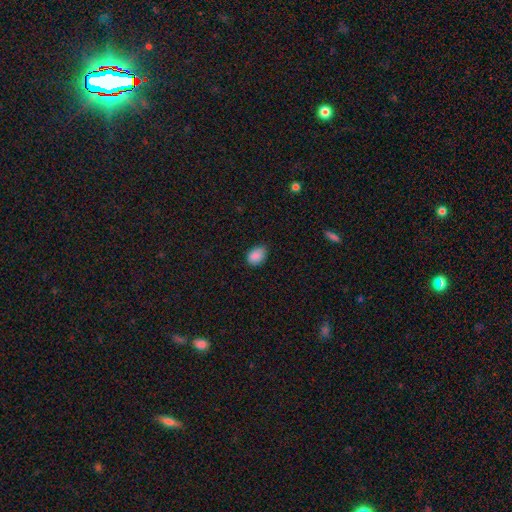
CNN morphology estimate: Overall: smooth (88%). How rounded: in between (78%). Merging: none (75%).